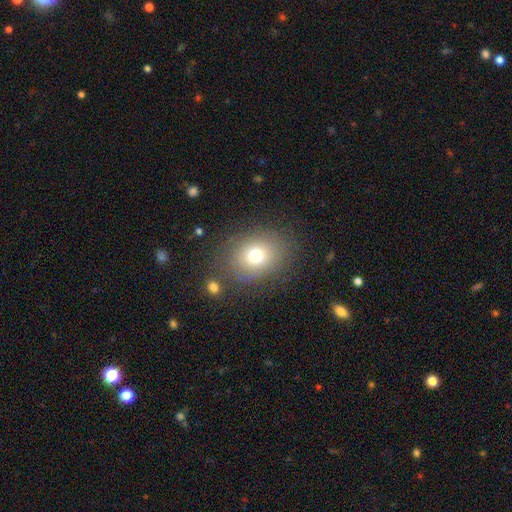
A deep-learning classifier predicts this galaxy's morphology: Overall: smooth (73%). How rounded: in between (51%; round 48%). Merging: none (78%).